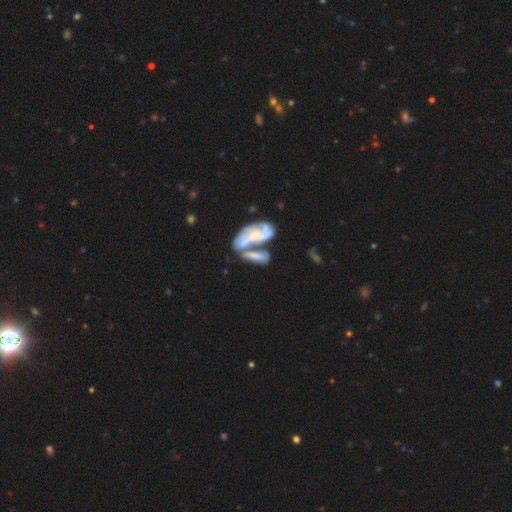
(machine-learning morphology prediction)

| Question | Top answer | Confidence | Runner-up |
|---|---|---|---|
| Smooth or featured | featured or disk | 59% | smooth (33%) |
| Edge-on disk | no | 88% | yes (12%) |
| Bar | no | 72% | weak (19%) |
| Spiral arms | yes | 54% | no (46%) |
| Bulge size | small | 39% | none (30%) |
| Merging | merger | 61% | none (18%) |